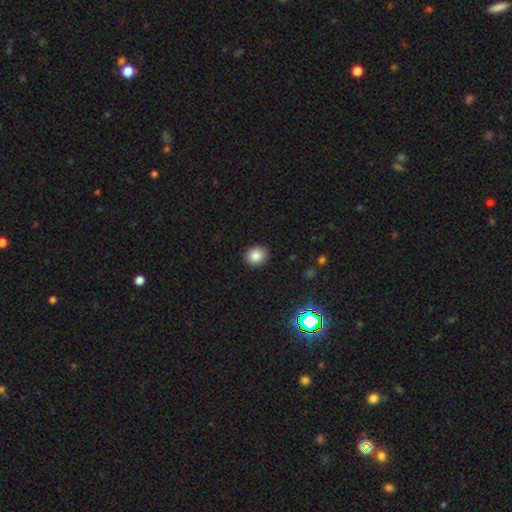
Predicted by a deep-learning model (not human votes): This appears to be a smooth galaxy with no disk features (86%) that is round (74%). Merging: none (91%).